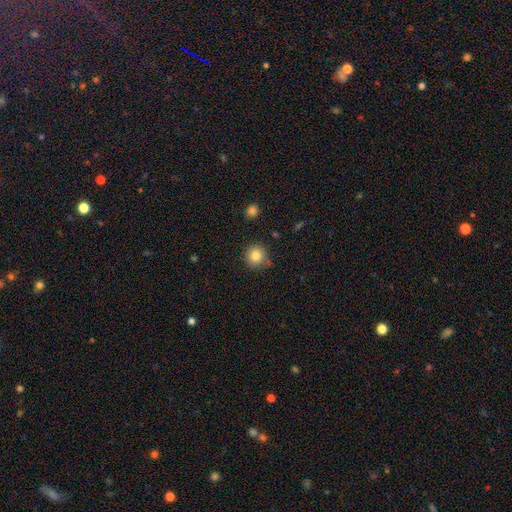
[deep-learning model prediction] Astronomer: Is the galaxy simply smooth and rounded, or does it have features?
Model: smooth — 83%.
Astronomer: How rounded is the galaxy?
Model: round — 93%.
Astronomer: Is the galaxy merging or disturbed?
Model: none — 82%.